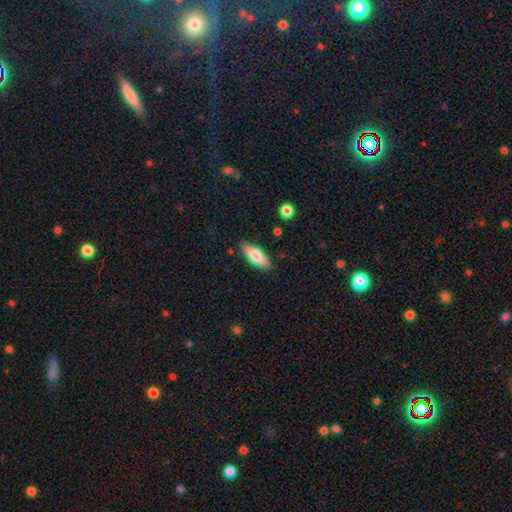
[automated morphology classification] This appears to be a smooth galaxy with no disk features (76%) that is in between round and cigar-shaped (75%). Merging: none (85%).